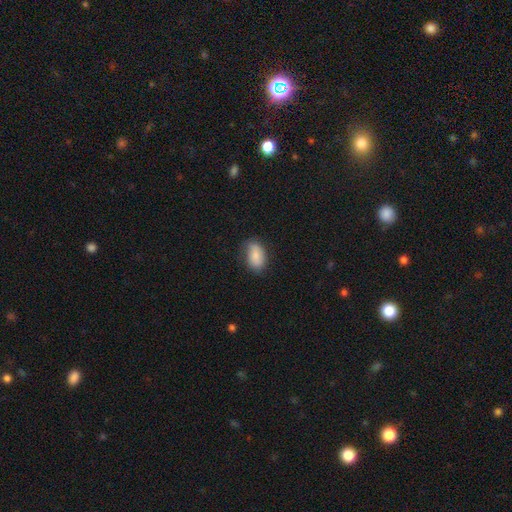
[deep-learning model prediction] smooth-or-featured: smooth: 81% | featured or disk: 13% | star or artifact: 7%
  how-rounded: in between: 90% | round: 8% | cigar-shaped: 2%
  merging: none: 70% | minor disturbance: 23% | major disturbance: 6% | merger: 1%